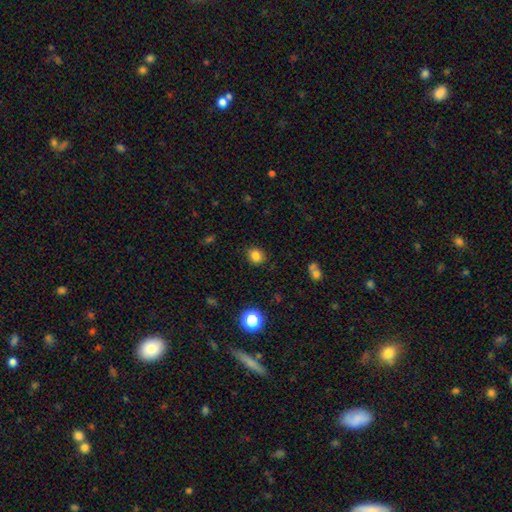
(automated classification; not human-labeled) This appears to be a smooth galaxy with no disk features (82%) that is round (75%). Merging: none (87%).